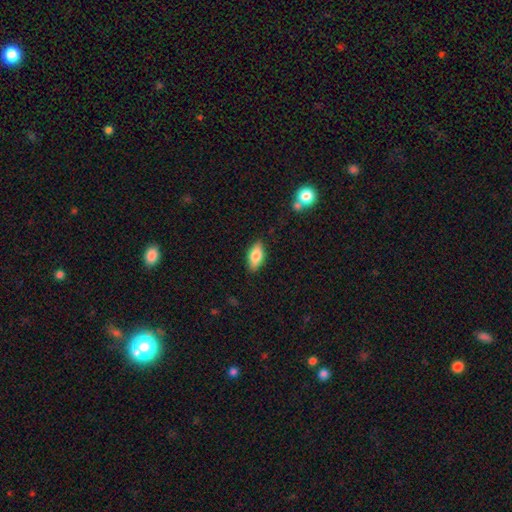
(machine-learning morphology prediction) Q: Smooth or featured?
A: smooth (79%); runner-up: featured or disk (14%)
Q: How rounded?
A: in between (88%); runner-up: cigar-shaped (9%)
Q: Merging?
A: none (86%); runner-up: minor disturbance (10%)